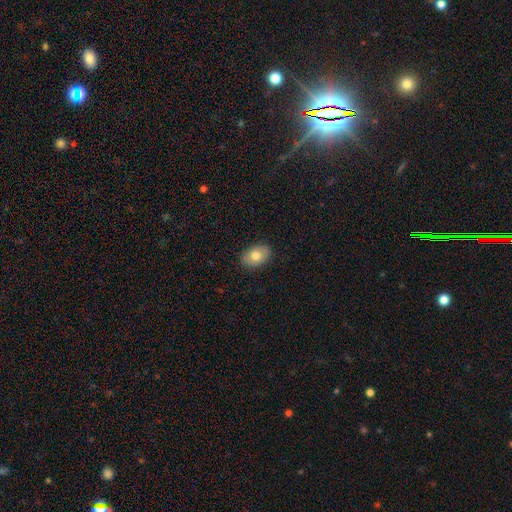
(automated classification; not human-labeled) Smooth or featured? Predicted: smooth (p=0.76). How rounded? Predicted: in between (p=0.83). Merging? Predicted: none (p=0.88).